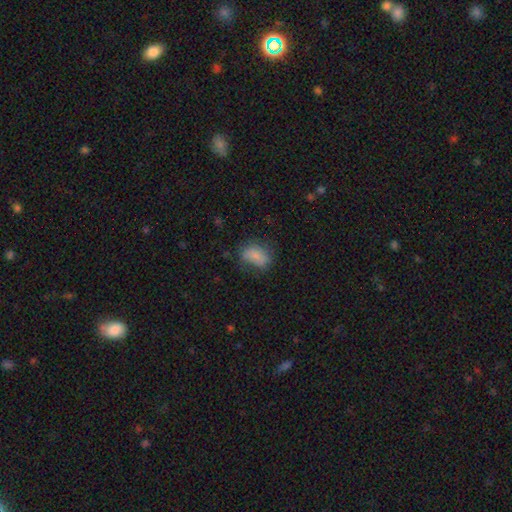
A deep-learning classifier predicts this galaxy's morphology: Q: Smooth or featured?
A: smooth (77%); runner-up: featured or disk (14%)
Q: How rounded?
A: in between (82%); runner-up: round (16%)
Q: Merging?
A: none (64%); runner-up: minor disturbance (24%)